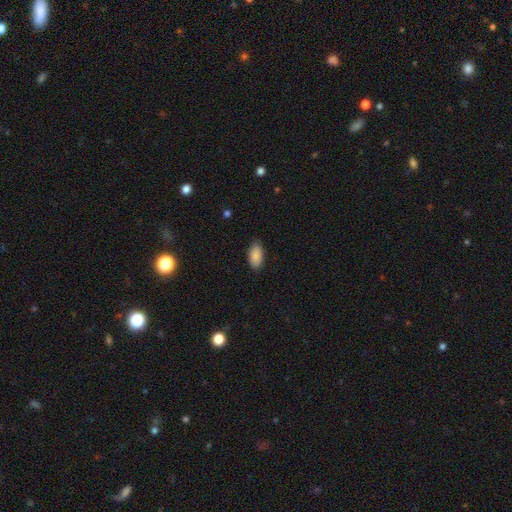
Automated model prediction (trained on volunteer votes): The model was most divided on "merging": none: 85%, minor disturbance: 12%, major disturbance: 2%, merger: 1%. More confident: how rounded — in between (94%); smooth or featured — smooth (89%).